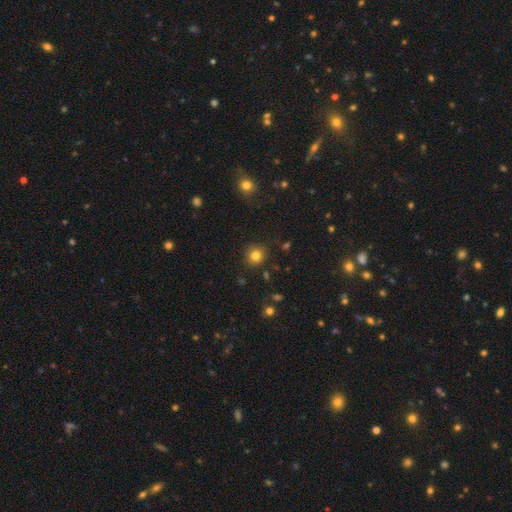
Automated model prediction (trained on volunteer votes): smooth-or-featured: smooth: 80% | star or artifact: 13% | featured or disk: 7%
  how-rounded: round: 90% | in between: 9% | cigar-shaped: 1%
  merging: none: 88% | minor disturbance: 7% | major disturbance: 2% | merger: 2%